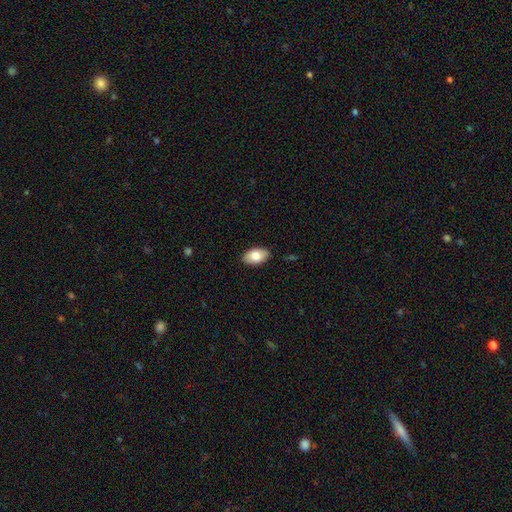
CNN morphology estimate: Smooth or featured: smooth — 80% (featured or disk — 13%)
How rounded: in between — 93% (round — 5%)
Merging: none — 88% (minor disturbance — 9%)